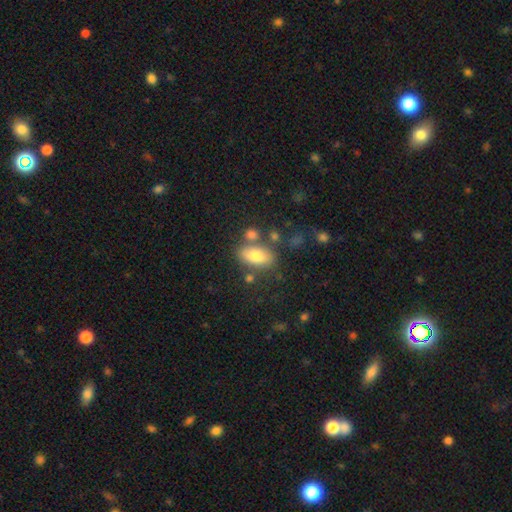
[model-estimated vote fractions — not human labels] Q: Smooth or featured?
A: smooth (75%); runner-up: featured or disk (16%)
Q: How rounded?
A: in between (87%); runner-up: round (7%)
Q: Merging?
A: none (67%); runner-up: minor disturbance (14%)